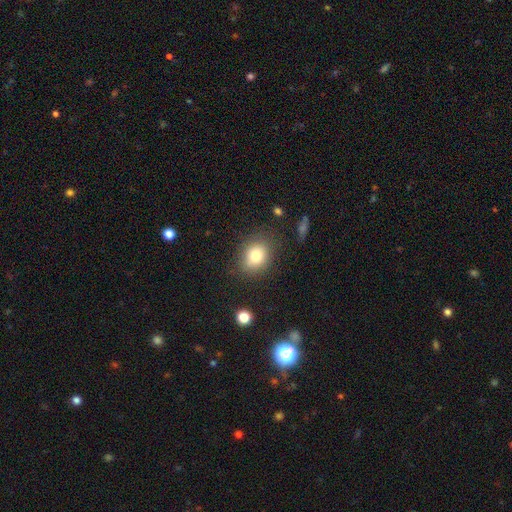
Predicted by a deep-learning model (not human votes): Overall: smooth (77%). How rounded: round (50%; in between 49%). Merging: none (79%).